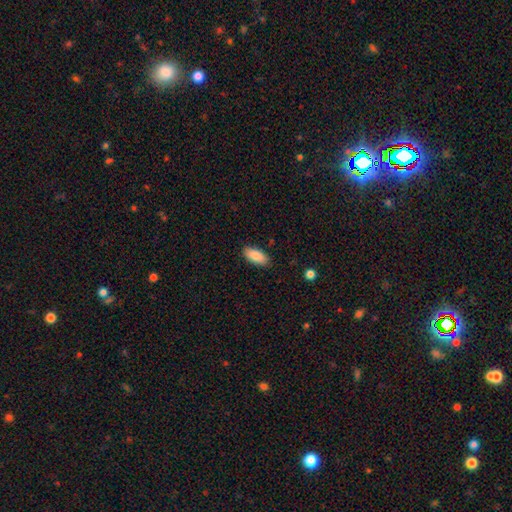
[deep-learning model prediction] This appears to be a smooth galaxy with no disk features (88%) that is in between round and cigar-shaped (89%). Merging: none (87%).